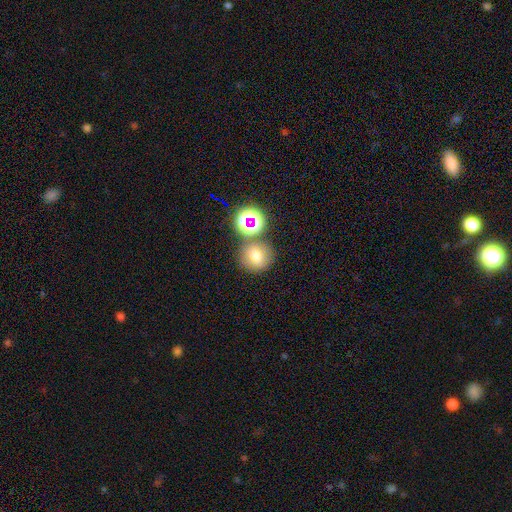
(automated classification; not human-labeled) A smooth galaxy with no disk features (70%) that is round (85%). Merging: none (72%).